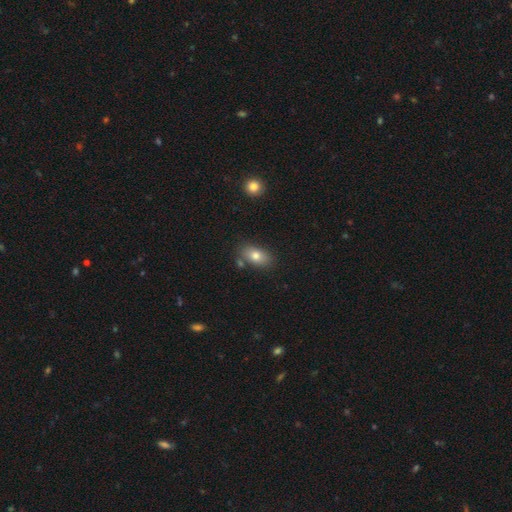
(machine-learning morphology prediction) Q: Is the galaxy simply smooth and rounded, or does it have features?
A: smooth — 78%.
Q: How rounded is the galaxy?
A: in between — 89%.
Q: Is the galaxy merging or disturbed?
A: none — 76%.